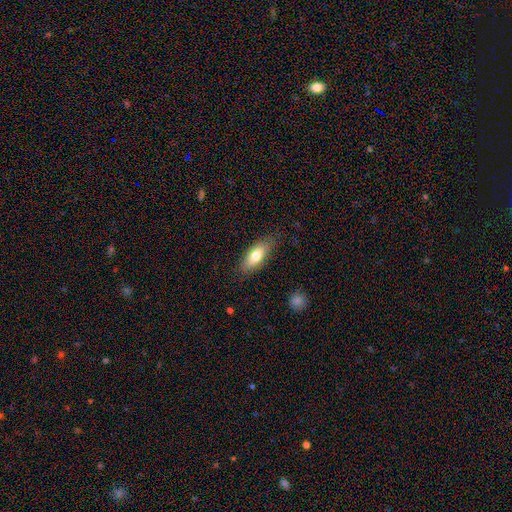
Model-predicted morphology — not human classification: smooth-or-featured: smooth: 73% | featured or disk: 21% | star or artifact: 6%
  how-rounded: in between: 76% | cigar-shaped: 22% | round: 3%
  merging: none: 83% | minor disturbance: 13% | major disturbance: 3% | merger: 1%